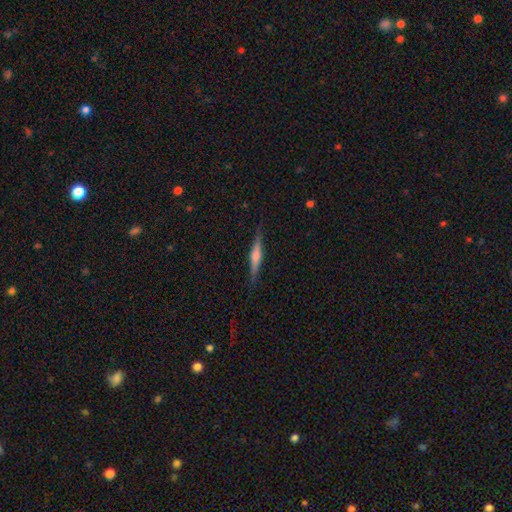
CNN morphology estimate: Smooth or featured? featured or disk (66%)
Edge-on disk? yes (97%)
Edge-on bulge? rounded (73%)
Merging? none (88%)